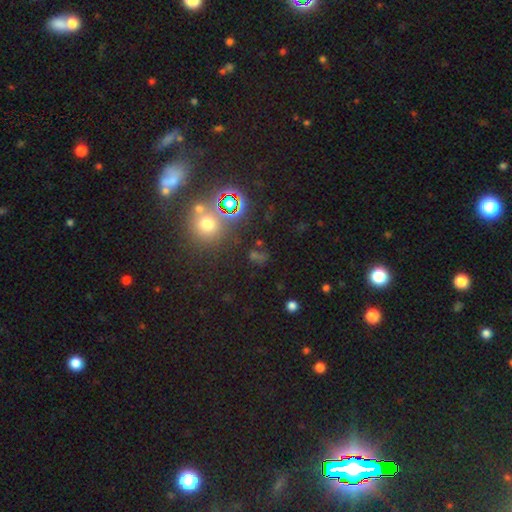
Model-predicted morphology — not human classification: type=star or artifact (56%).